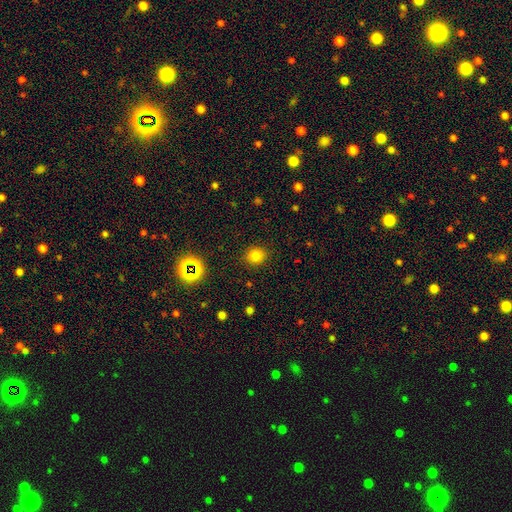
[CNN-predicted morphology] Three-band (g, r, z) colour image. It shows a smooth galaxy with no disk features (79%) that is round (82%). Merging: none (89%).